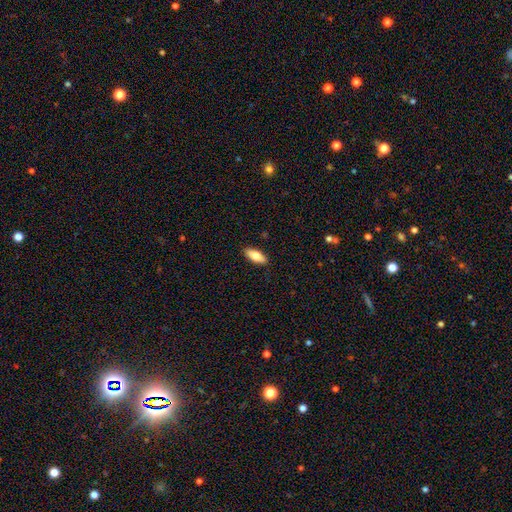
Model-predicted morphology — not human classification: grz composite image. It shows a smooth galaxy with no disk features (79%) that is in between round and cigar-shaped (77%). Merging: none (90%).